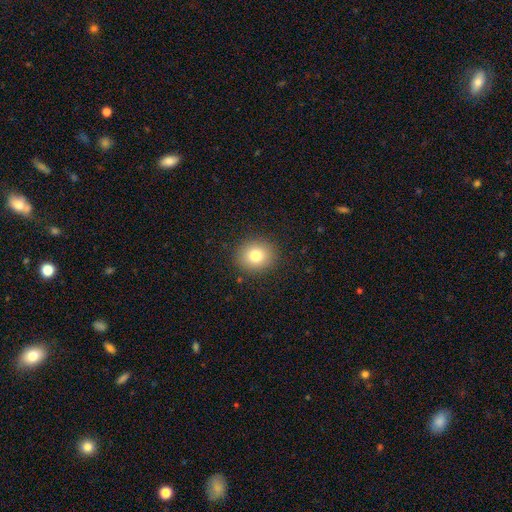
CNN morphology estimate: Q: Smooth or featured?
A: smooth (80%); runner-up: star or artifact (11%)
Q: How rounded?
A: round (79%); runner-up: in between (20%)
Q: Merging?
A: none (90%); runner-up: minor disturbance (7%)